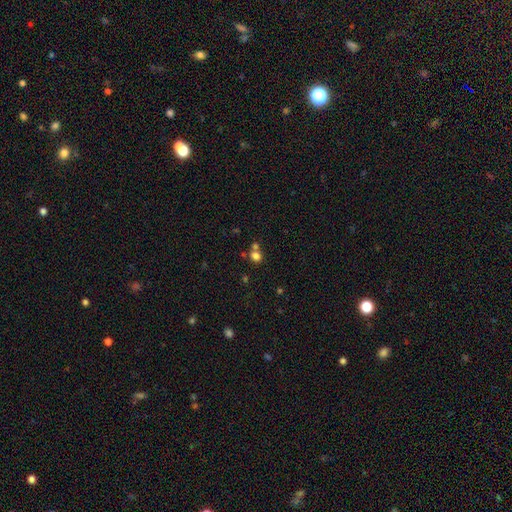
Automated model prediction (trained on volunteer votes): Smooth or featured? smooth (76%)
How rounded? round (77%)
Merging? none (57%)